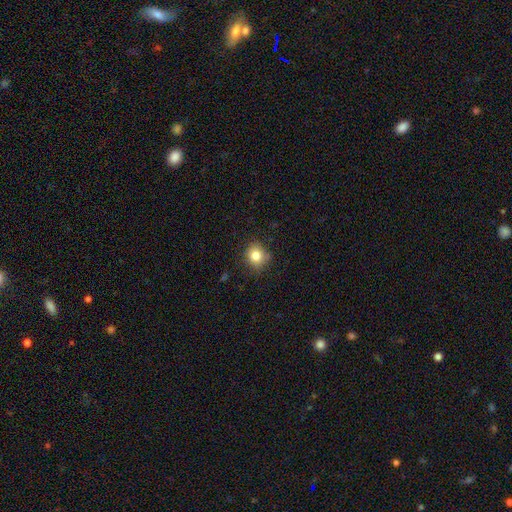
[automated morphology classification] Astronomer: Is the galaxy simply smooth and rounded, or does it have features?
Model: smooth — 82%.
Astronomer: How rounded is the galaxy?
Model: round — 80%.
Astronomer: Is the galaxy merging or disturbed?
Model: none — 79%.